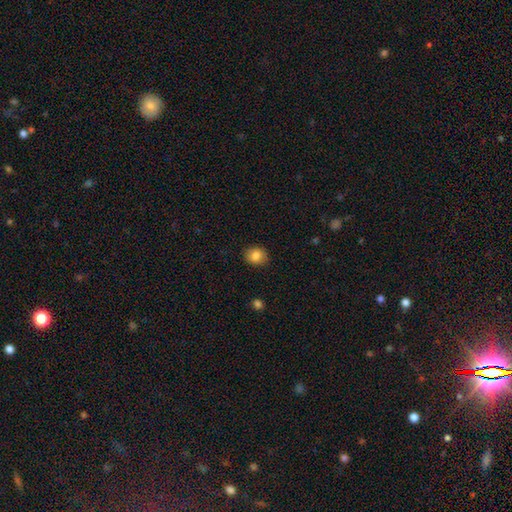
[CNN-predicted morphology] Overall: smooth (83%). How rounded: round (64%; in between 35%). Merging: none (88%).